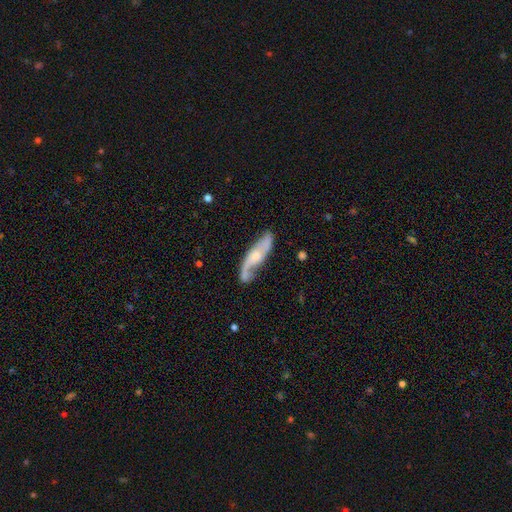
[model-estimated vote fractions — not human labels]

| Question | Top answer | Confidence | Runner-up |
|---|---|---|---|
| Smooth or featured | featured or disk | 68% | smooth (26%) |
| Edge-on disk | no | 76% | yes (24%) |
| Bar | no | 63% | weak (30%) |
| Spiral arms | yes | 87% | no (13%) |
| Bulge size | moderate | 49% | small (40%) |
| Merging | none | 56% | minor disturbance (25%) |